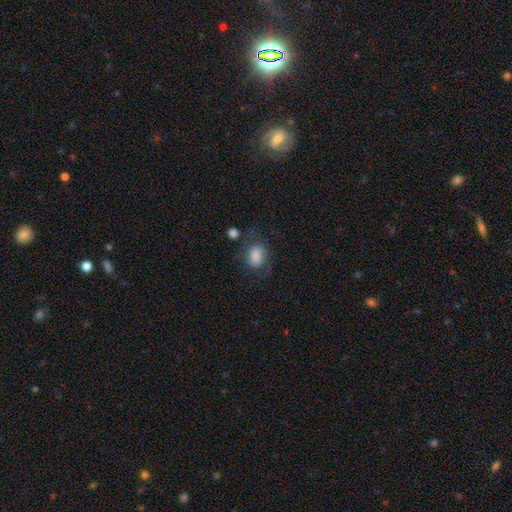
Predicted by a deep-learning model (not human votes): The model was most divided on "how rounded": in between: 59%, round: 40%, cigar-shaped: 1%. More confident: smooth or featured — smooth (74%); merging — none (50%).